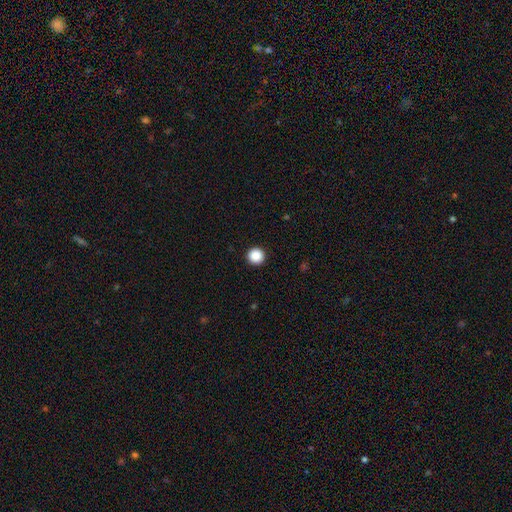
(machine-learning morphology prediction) smooth 88%, star or artifact 10%, featured or disk 3%. Down the decision tree: how rounded — round (96%); merging — none (93%).